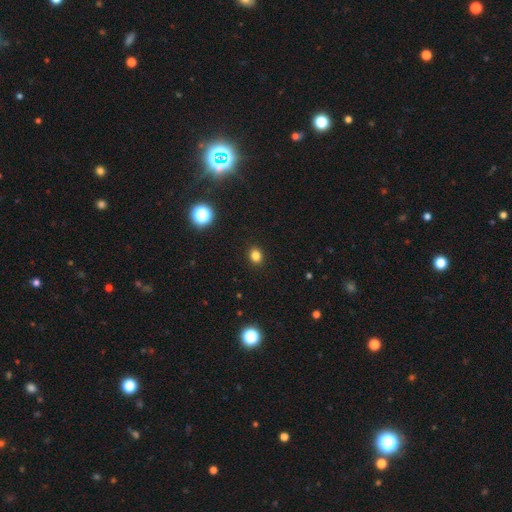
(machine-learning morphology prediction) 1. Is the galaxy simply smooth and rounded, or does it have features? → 81% smooth, 14% star or artifact, 4% featured or disk.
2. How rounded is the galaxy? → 67% round, 32% in between, 1% cigar-shaped.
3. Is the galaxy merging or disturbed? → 91% none, 6% minor disturbance, 2% major disturbance, 1% merger.